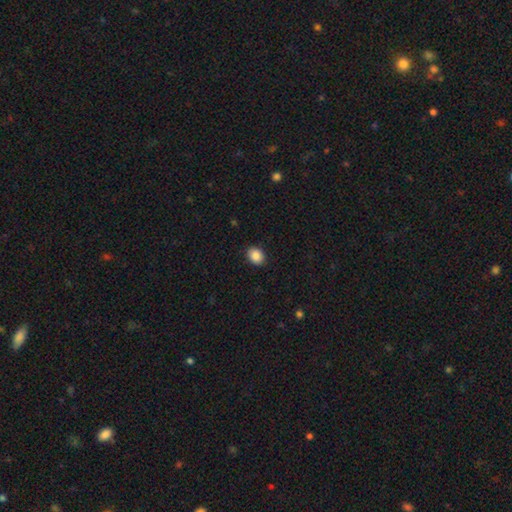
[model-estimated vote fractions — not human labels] smooth 88%, star or artifact 8%, featured or disk 4%. Down the decision tree: how rounded — in between (57%); merging — none (90%).